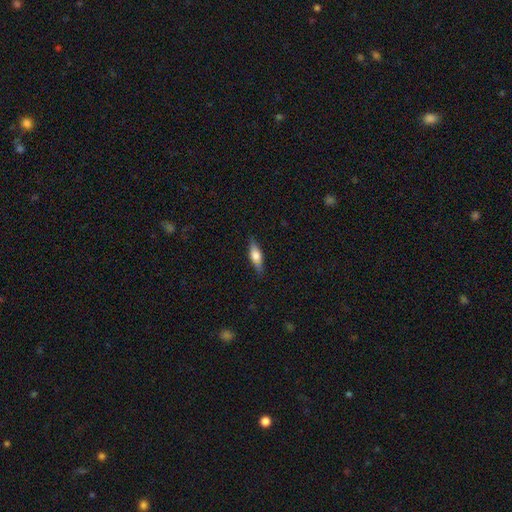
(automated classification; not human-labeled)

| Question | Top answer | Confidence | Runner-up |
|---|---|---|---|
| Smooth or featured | smooth | 60% | featured or disk (34%) |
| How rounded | in between | 57% | cigar-shaped (40%) |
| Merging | none | 83% | minor disturbance (14%) |